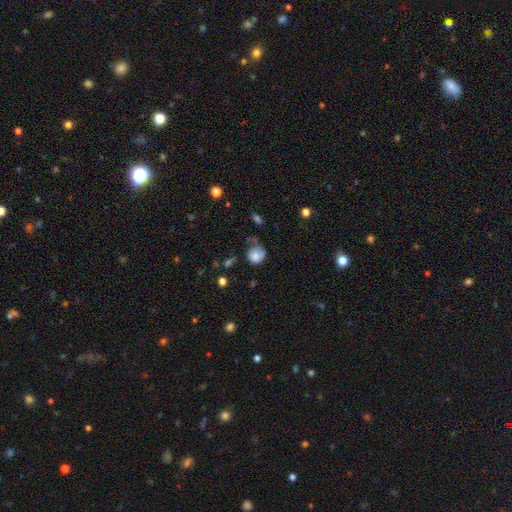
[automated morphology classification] type=smooth (75%); roundness=round (79%); merging=none (41%).